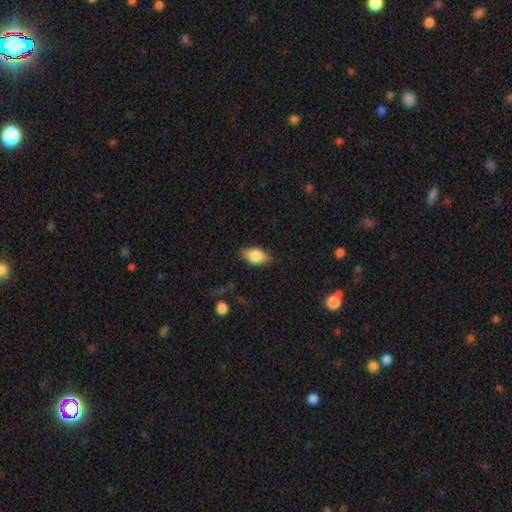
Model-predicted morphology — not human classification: This appears to be a smooth galaxy with no disk features (79%) that is in between round and cigar-shaped (88%). Merging: none (81%).